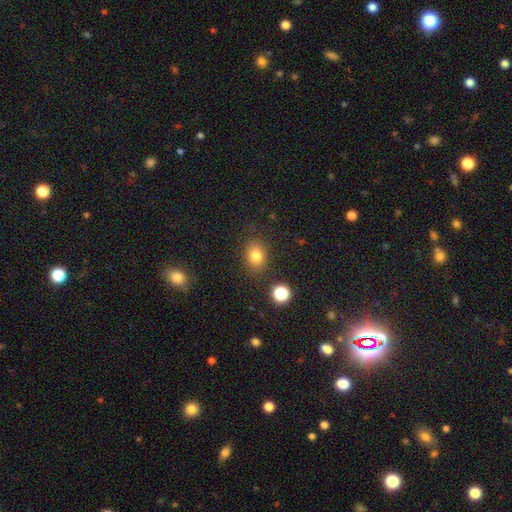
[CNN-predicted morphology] This is clearly a smooth galaxy (80%). How rounded: possibly in between (51%). Merging: clearly none (83%).